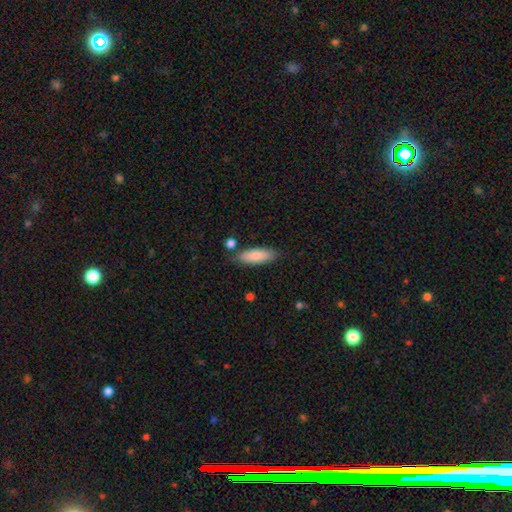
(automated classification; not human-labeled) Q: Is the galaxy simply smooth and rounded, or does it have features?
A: smooth — 84%.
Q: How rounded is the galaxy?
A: in between — 58%.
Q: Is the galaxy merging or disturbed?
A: none — 79%.